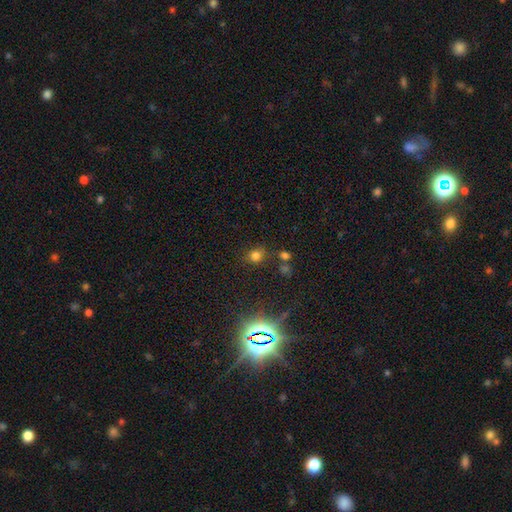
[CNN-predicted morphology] smooth-or-featured: smooth: 71% | star or artifact: 23% | featured or disk: 6%
  how-rounded: round: 77% | in between: 21% | cigar-shaped: 1%
  merging: none: 76% | minor disturbance: 12% | merger: 7% | major disturbance: 5%